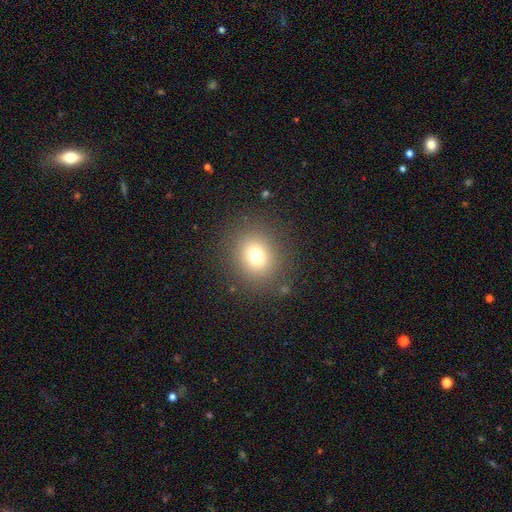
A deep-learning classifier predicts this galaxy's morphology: Overall: smooth (72%). How rounded: round (81%). Merging: none (86%).